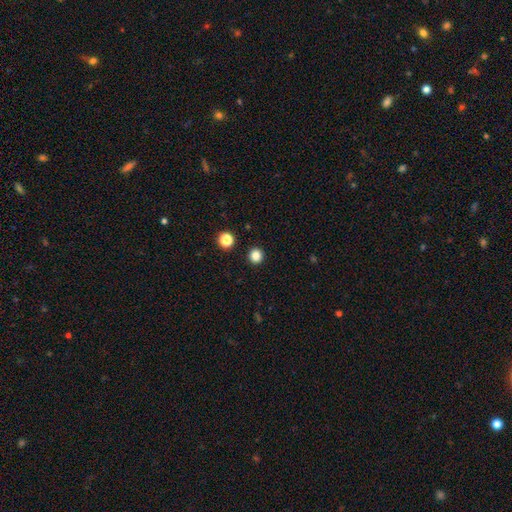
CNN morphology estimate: A smooth galaxy with no disk features (84%) that is round (95%).

Vote fractions:
- Smooth or featured? smooth: 84% / star or artifact: 12% / featured or disk: 4%
- How rounded? round: 95% / in between: 5% / cigar-shaped: 1%
- Merging? none: 93% / minor disturbance: 4% / major disturbance: 1% / merger: 1%